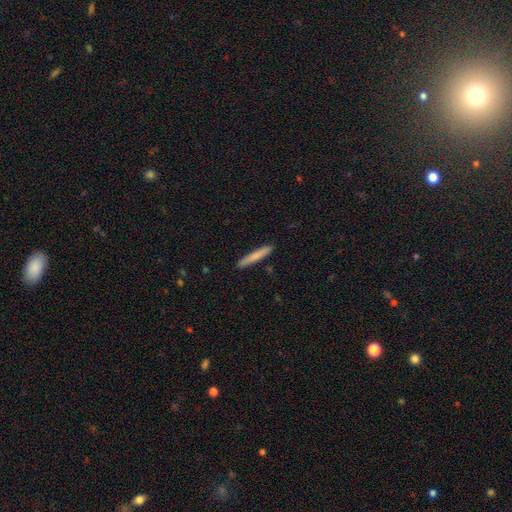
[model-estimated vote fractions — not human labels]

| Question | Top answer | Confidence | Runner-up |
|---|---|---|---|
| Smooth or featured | smooth | 75% | featured or disk (19%) |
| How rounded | cigar-shaped | 95% | in between (3%) |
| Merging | none | 90% | minor disturbance (7%) |